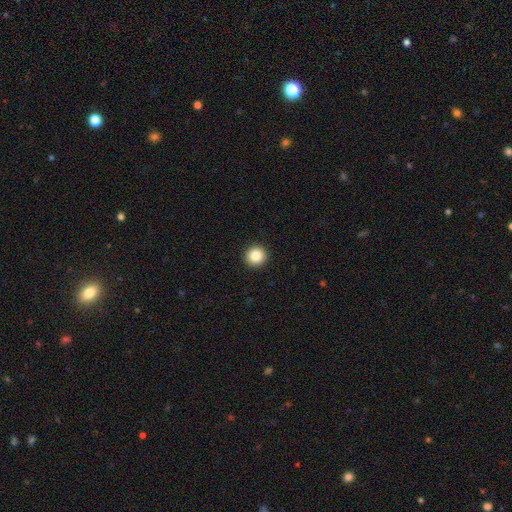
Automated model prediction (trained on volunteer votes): Smooth or featured: smooth — 86% (star or artifact — 9%)
How rounded: round — 95% (in between — 4%)
Merging: none — 94% (minor disturbance — 4%)